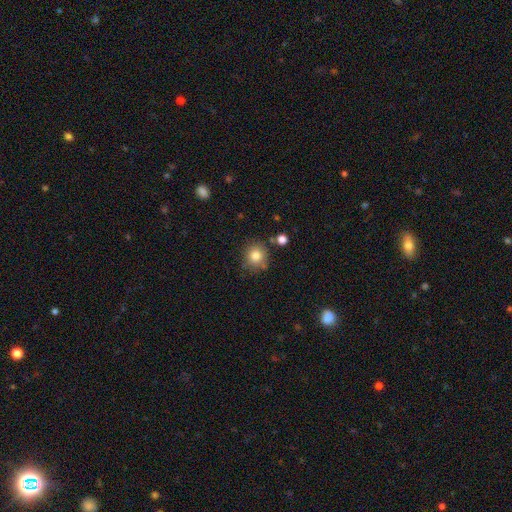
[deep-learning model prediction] Smooth or featured? Predicted: smooth (p=0.81). How rounded? Predicted: round (p=0.89). Merging? Predicted: none (p=0.79).